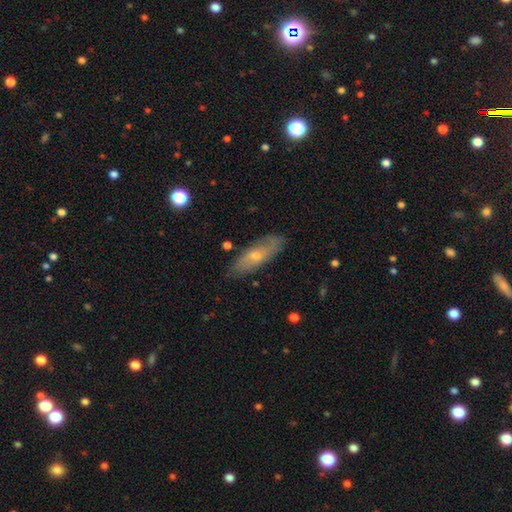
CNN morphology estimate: Smooth or featured? featured or disk (49%)
Merging? none (81%)